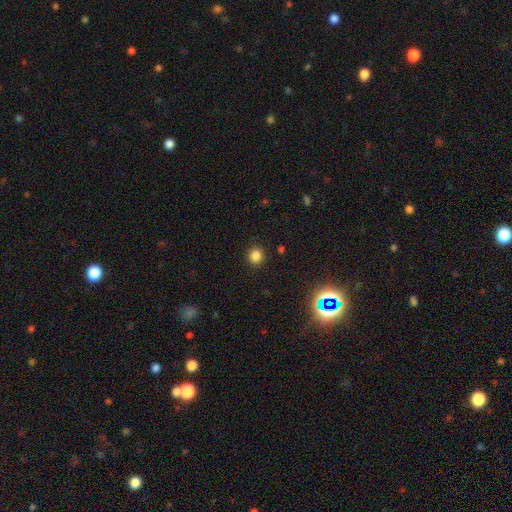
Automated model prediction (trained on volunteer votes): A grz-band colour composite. It shows a smooth galaxy with no disk features (83%) that is round (87%). Merging: none (90%).